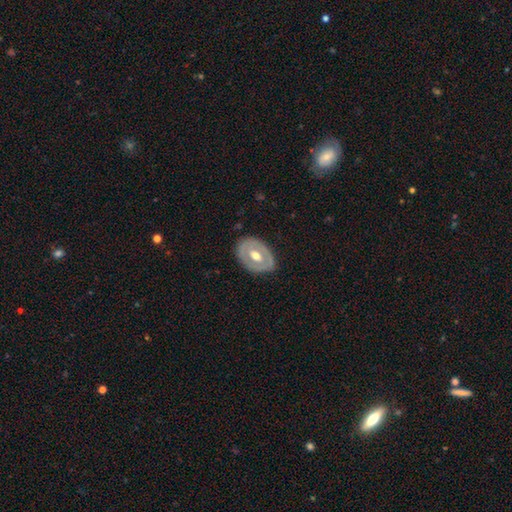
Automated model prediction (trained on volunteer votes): featured or disk 58%, smooth 38%, star or artifact 5%. Down the decision tree: edge-on disk — no (91%); bar — no (66%); spiral arms — no (85%); bulge size — moderate (75%); merging — none (81%).